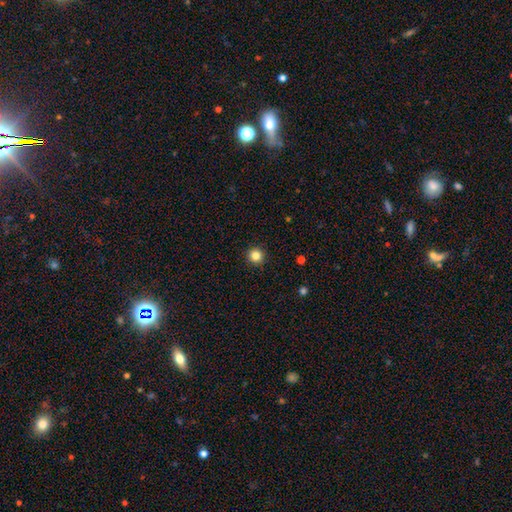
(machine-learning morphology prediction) This is clearly a smooth galaxy (83%). How rounded: clearly round (95%). Merging: clearly none (93%).